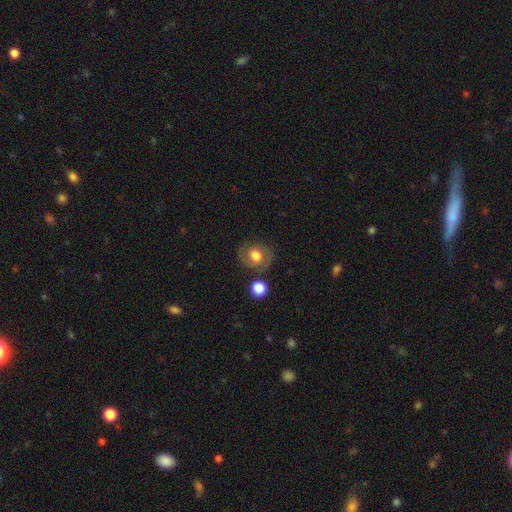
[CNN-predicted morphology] A smooth galaxy with no disk features (52%) that is round (69%).

Vote fractions:
- Smooth or featured? smooth: 52% / featured or disk: 39% / star or artifact: 9%
- How rounded? round: 69% / in between: 30% / cigar-shaped: 1%
- Merging? none: 77% / minor disturbance: 13% / major disturbance: 5% / merger: 5%